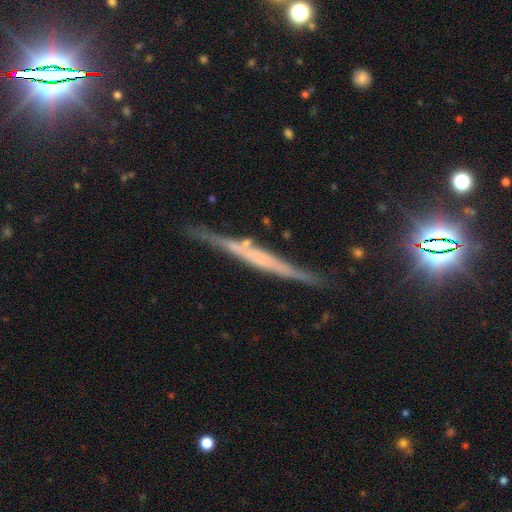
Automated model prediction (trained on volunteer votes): This appears to be a featured or disk galaxy (68%) viewed edge-on (96%) with no central bulge (59%). Merging: none (80%).